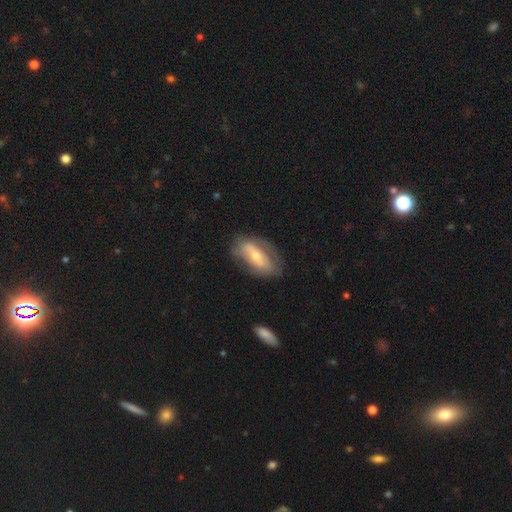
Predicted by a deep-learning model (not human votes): Smooth or featured?
  - featured or disk: 56% *
  - smooth: 38%
  - star or artifact: 6%
Edge-on disk?
  - no: 85% *
  - yes: 15%
Merging?
  - none: 63% *
  - minor disturbance: 23%
  - major disturbance: 12%
  - merger: 2%